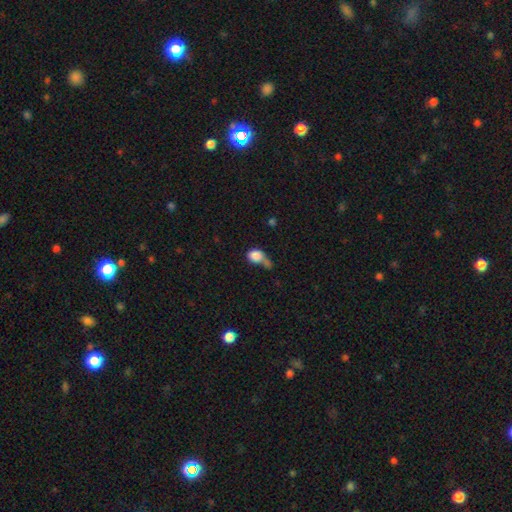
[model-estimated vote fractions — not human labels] Smooth or featured: smooth — 83% (star or artifact — 8%)
How rounded: round — 57% (in between — 42%)
Merging: merger — 34% (none — 28%)